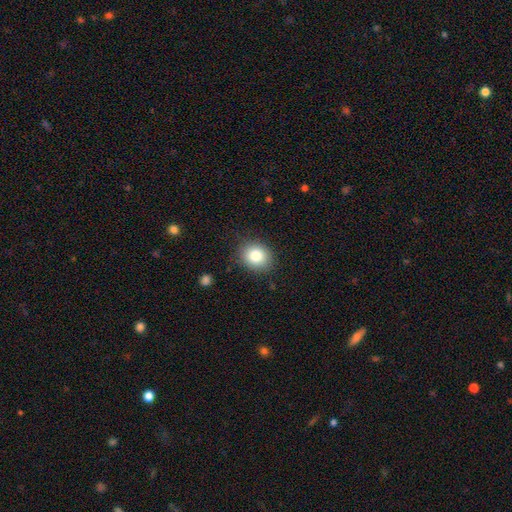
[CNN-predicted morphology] A smooth galaxy with no disk features (82%) that is round (67%).

Vote fractions:
- Smooth or featured? smooth: 82% / star or artifact: 10% / featured or disk: 8%
- How rounded? round: 67% / in between: 32% / cigar-shaped: 1%
- Merging? none: 86% / minor disturbance: 10% / major disturbance: 3% / merger: 1%